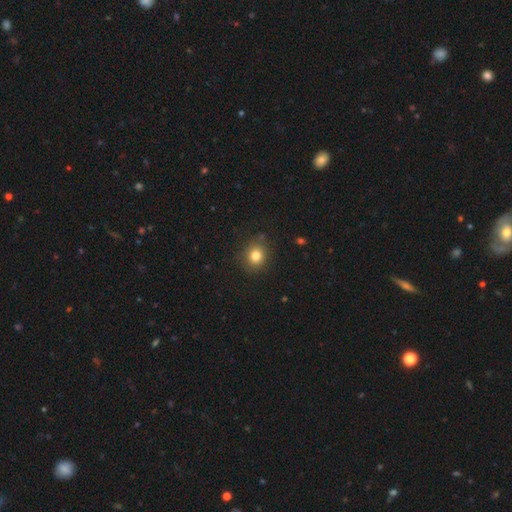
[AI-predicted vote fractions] This appears to be a smooth galaxy with no disk features (82%) that is round (76%). Merging: none (85%).